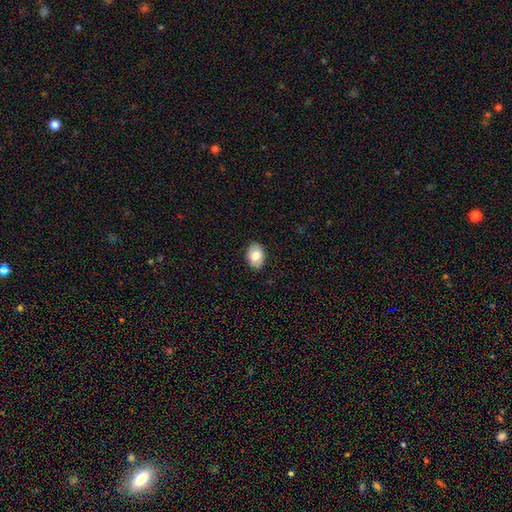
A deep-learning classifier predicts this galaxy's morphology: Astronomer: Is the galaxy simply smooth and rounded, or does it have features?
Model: smooth — 79%.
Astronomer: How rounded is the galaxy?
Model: in between — 79%.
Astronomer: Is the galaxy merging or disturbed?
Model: none — 88%.